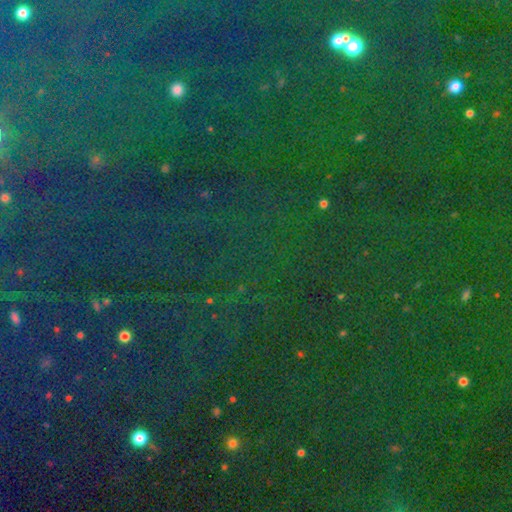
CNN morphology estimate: type=star or artifact (82%).